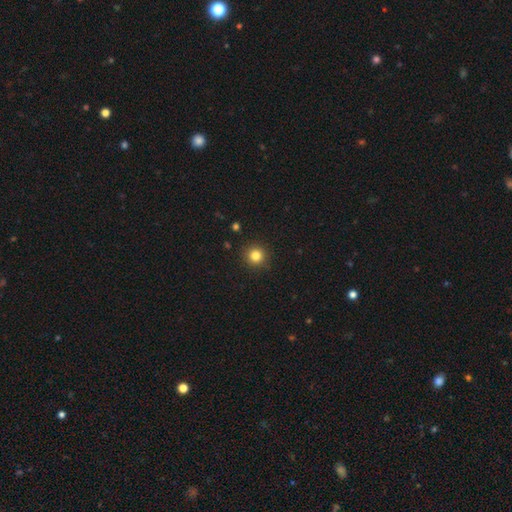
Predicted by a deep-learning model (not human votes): Overall: smooth (82%). How rounded: round (95%). Merging: none (91%).